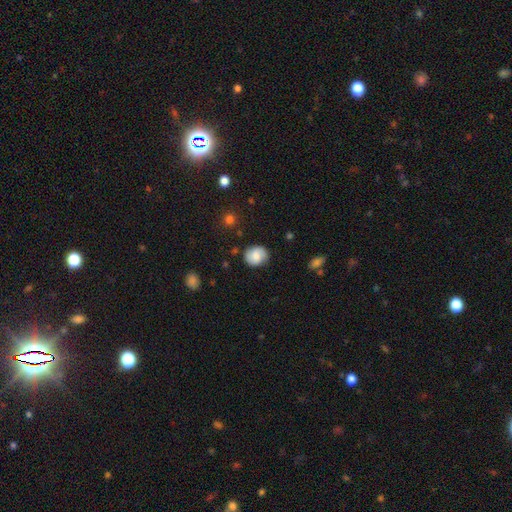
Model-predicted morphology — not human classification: type=smooth (64%); roundness=round (71%); merging=none (77%).